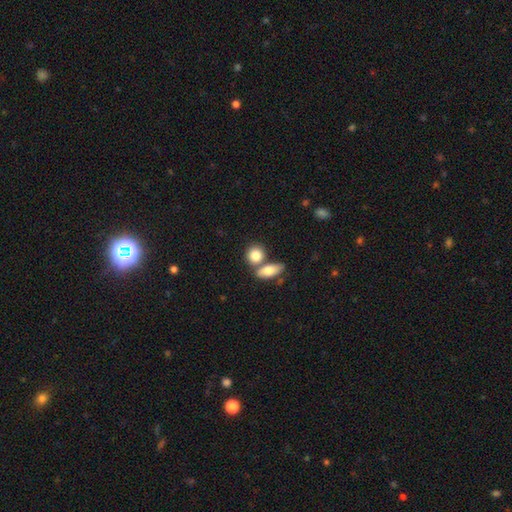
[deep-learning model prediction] Smooth or featured: smooth — 83% (featured or disk — 10%)
How rounded: round — 59% (in between — 38%)
Merging: none — 49% (merger — 38%)